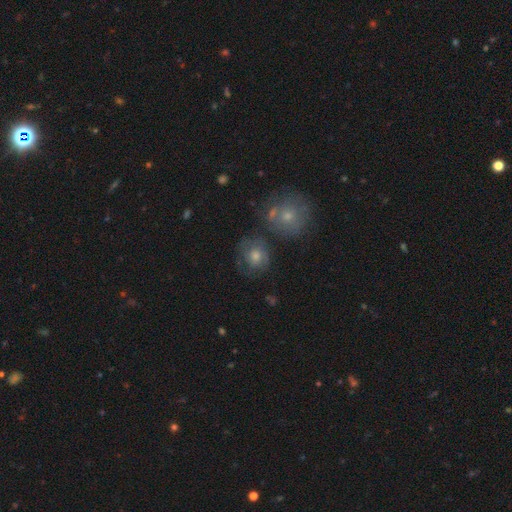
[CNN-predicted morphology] type=smooth (52%); roundness=round (81%); merging=none (66%).